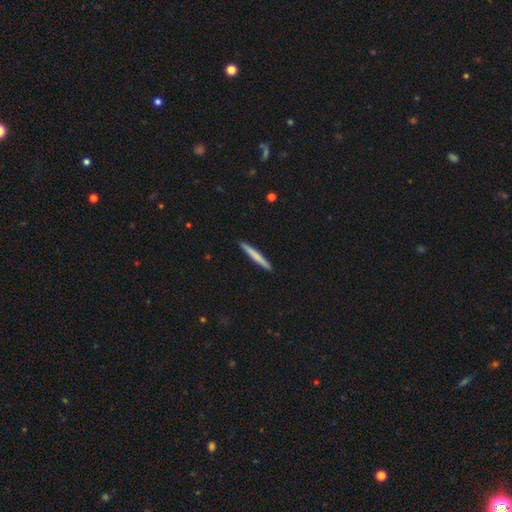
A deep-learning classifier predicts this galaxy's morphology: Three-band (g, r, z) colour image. It shows a smooth galaxy with no disk features (69%) that is cigar-shaped (97%). Merging: none (92%).